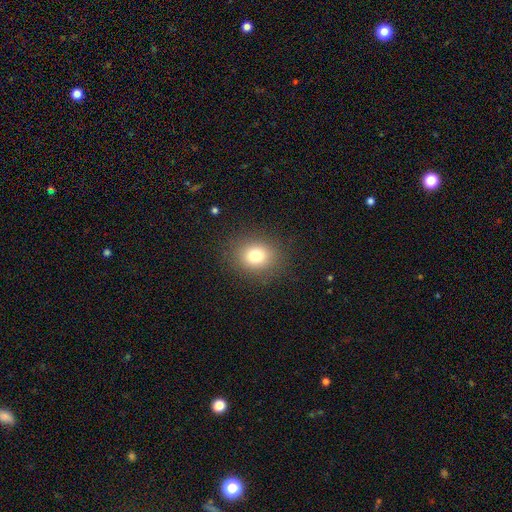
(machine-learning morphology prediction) smooth_or_featured: smooth (p=0.79) [alt: star or artifact p=0.12]
how_rounded: round (p=0.64) [alt: in between p=0.35]
merging: none (p=0.87) [alt: minor disturbance p=0.08]